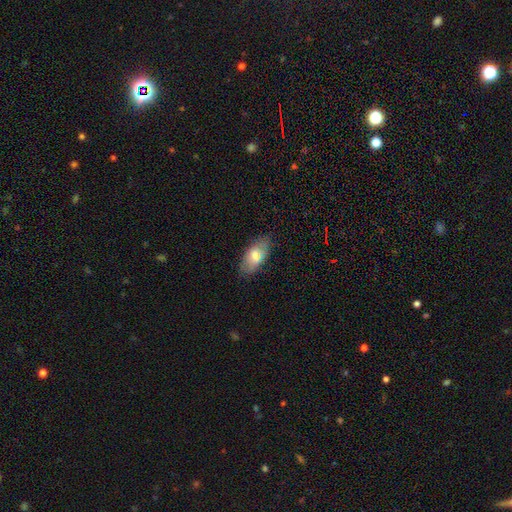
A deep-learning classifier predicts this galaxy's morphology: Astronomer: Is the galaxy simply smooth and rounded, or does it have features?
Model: smooth — 75%.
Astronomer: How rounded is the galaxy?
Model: in between — 91%.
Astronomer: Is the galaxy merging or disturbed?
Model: none — 80%.